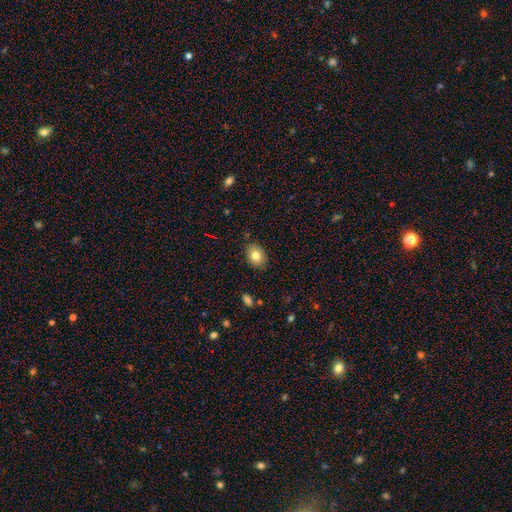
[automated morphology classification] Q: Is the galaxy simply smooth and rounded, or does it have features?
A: smooth — 80%.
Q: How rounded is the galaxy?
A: in between — 69%.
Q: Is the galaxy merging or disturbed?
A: none — 86%.